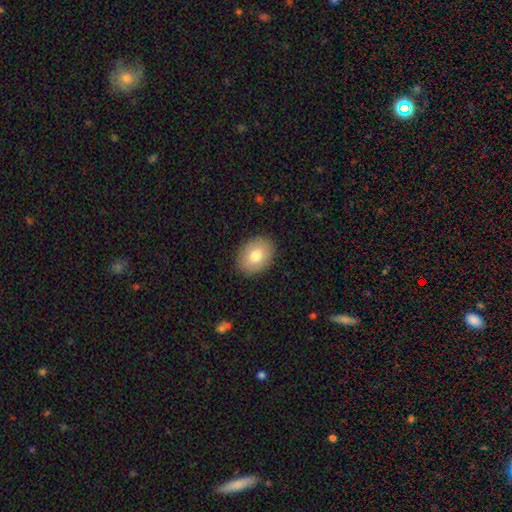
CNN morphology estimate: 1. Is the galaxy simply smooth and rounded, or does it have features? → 76% smooth, 17% featured or disk, 7% star or artifact.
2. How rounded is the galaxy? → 72% in between, 27% round, 1% cigar-shaped.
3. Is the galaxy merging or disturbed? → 89% none, 8% minor disturbance, 2% major disturbance, 1% merger.